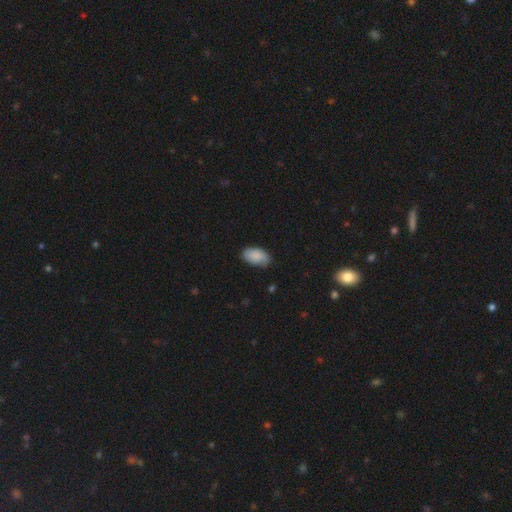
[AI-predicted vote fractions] A smooth galaxy with no disk features (85%) that is in between round and cigar-shaped (94%).

Vote fractions:
- Smooth or featured? smooth: 85% / featured or disk: 9% / star or artifact: 6%
- How rounded? in between: 94% / round: 4% / cigar-shaped: 2%
- Merging? none: 72% / minor disturbance: 23% / major disturbance: 4% / merger: 1%